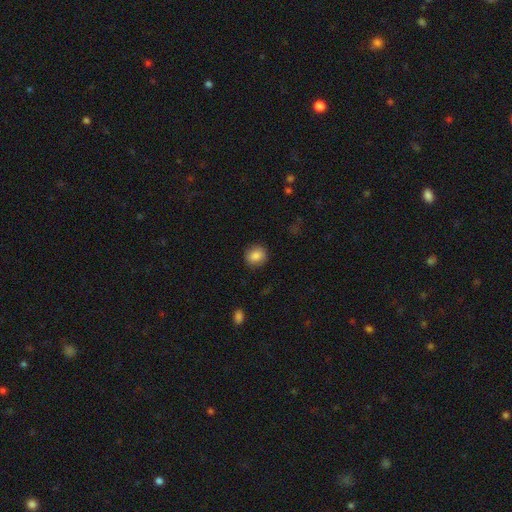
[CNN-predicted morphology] The model was most divided on "how rounded": round: 77%, in between: 22%, cigar-shaped: 1%. More confident: merging — none (88%); smooth or featured — smooth (86%).